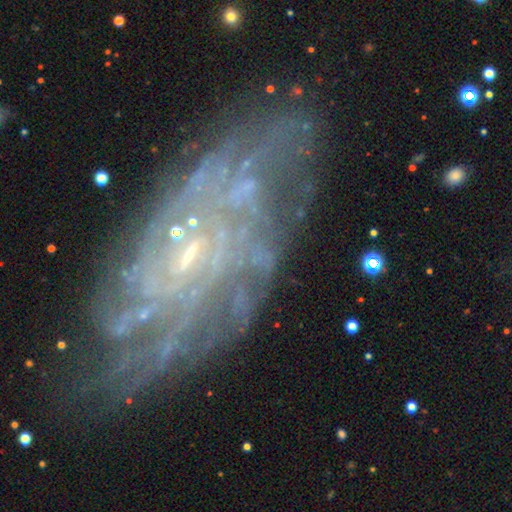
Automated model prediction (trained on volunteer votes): The model was most divided on "bar": weak: 43%, no: 36%, strong: 21%. Remaining: edge-on disk — no (94%); spiral arms — yes (87%); smooth or featured — featured or disk (82%); spiral winding — tight (61%); merging — none (60%); bulge size — small (59%); spiral arm count — can't tell (45%).